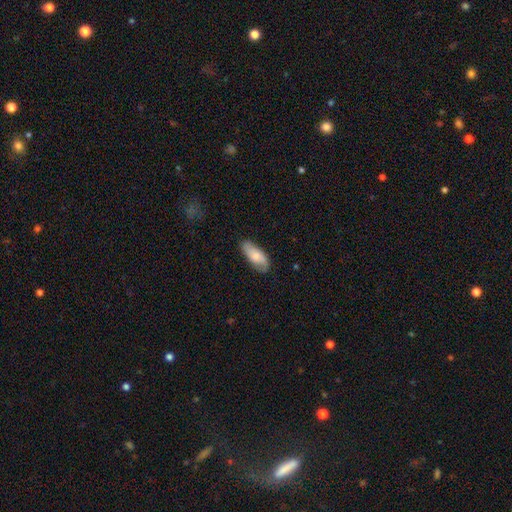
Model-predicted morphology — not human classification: smooth_or_featured: smooth (p=0.68) [alt: featured or disk p=0.26]
how_rounded: in between (p=0.78) [alt: cigar-shaped p=0.20]
merging: none (p=0.77) [alt: minor disturbance p=0.18]